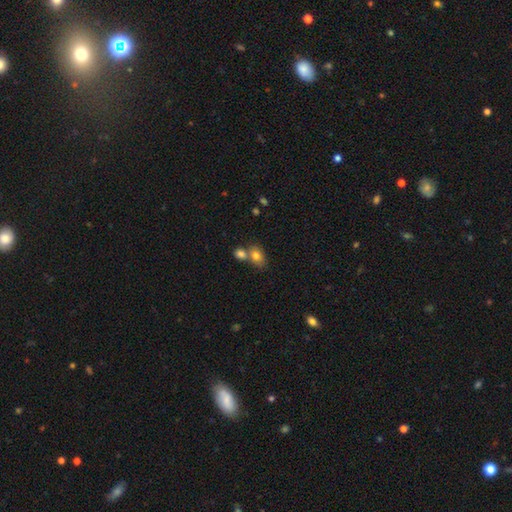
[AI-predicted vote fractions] The model was most divided on "merging": none: 49%, merger: 38%, minor disturbance: 9%, major disturbance: 3%. More confident: smooth or featured — smooth (72%); how rounded — in between (63%).